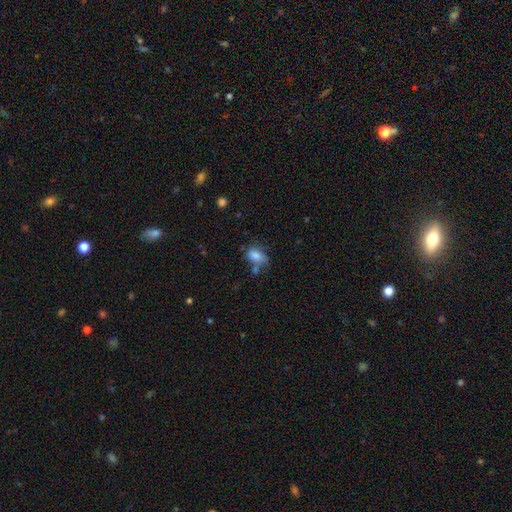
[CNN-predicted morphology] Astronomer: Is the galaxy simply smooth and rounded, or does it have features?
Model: smooth — 76%.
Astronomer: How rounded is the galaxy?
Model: in between — 82%.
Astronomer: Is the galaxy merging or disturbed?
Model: none — 42% (runner-up: minor disturbance, 27%).